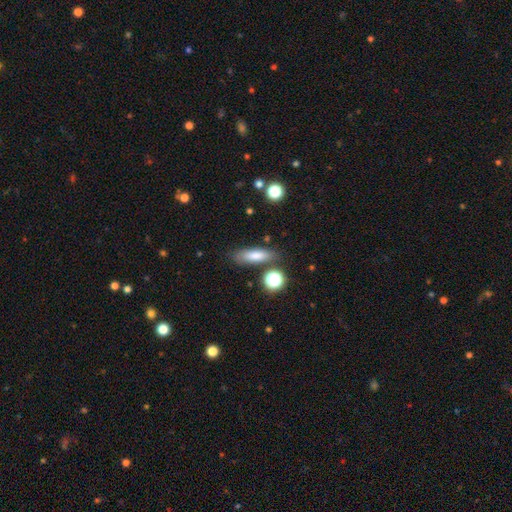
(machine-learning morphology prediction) Q: Smooth or featured?
A: smooth (78%); runner-up: featured or disk (13%)
Q: How rounded?
A: cigar-shaped (49%); runner-up: in between (47%)
Q: Merging?
A: none (77%); runner-up: minor disturbance (13%)